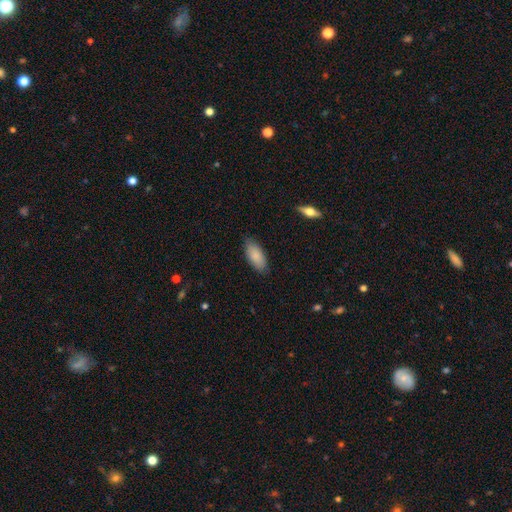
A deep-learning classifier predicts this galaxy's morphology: The model was most divided on "merging": none: 85%, minor disturbance: 12%, major disturbance: 2%, merger: 1%. More confident: how rounded — in between (87%); smooth or featured — smooth (86%).